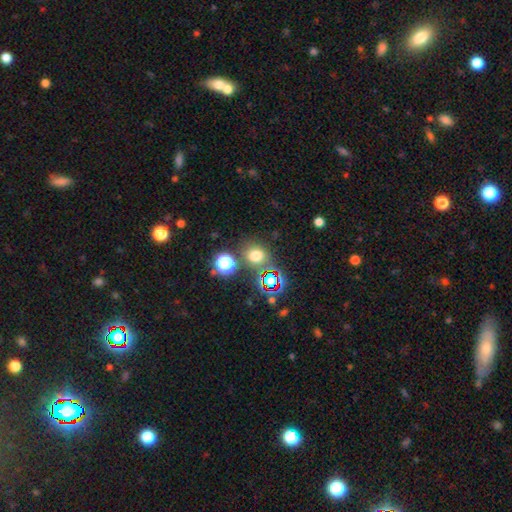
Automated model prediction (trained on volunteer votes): Smooth or featured: smooth — 64% (star or artifact — 28%)
How rounded: round — 71% (in between — 28%)
Merging: none — 73% (merger — 11%)